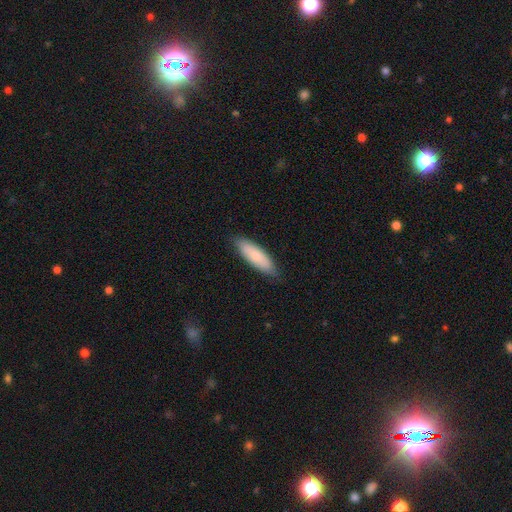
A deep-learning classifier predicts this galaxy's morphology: smooth-or-featured: smooth: 83% | featured or disk: 12% | star or artifact: 5%
  how-rounded: cigar-shaped: 51% | in between: 47% | round: 1%
  merging: none: 84% | minor disturbance: 13% | major disturbance: 2% | merger: 1%